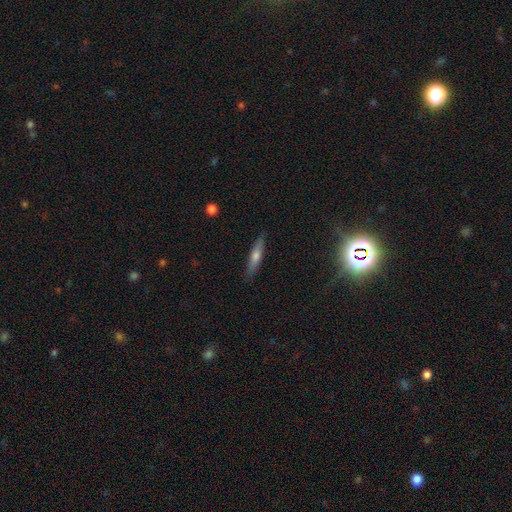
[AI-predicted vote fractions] Overall: smooth (50%; featured or disk 42%). How rounded: cigar-shaped (83%). Merging: none (88%).